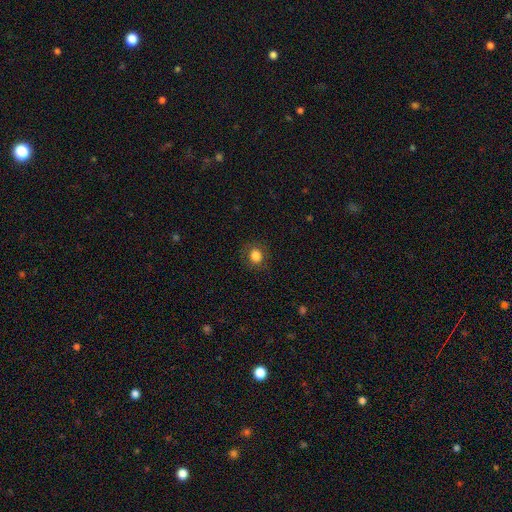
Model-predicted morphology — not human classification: This is clearly a smooth galaxy (82%). How rounded: likely round (79%). Merging: clearly none (86%).